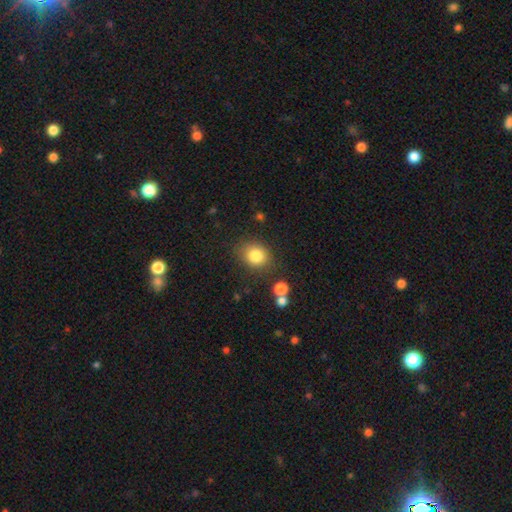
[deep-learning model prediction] Smooth or featured: smooth — 83% (star or artifact — 10%)
How rounded: round — 61% (in between — 38%)
Merging: none — 78% (minor disturbance — 13%)